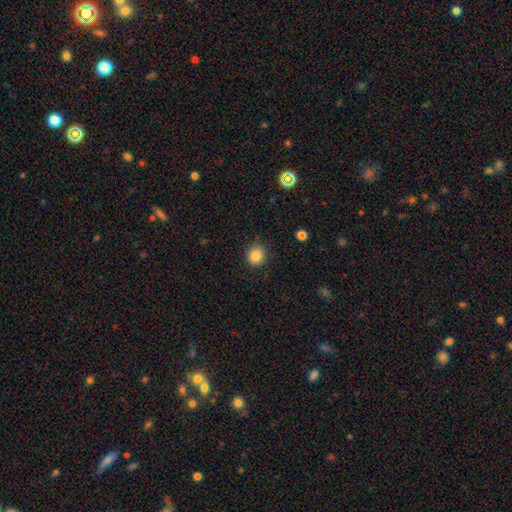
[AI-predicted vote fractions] Smooth or featured?
  - smooth: 86% *
  - star or artifact: 10%
  - featured or disk: 4%
How rounded?
  - round: 82% *
  - in between: 18%
  - cigar-shaped: 1%
Merging?
  - none: 87% *
  - minor disturbance: 9%
  - major disturbance: 3%
  - merger: 1%